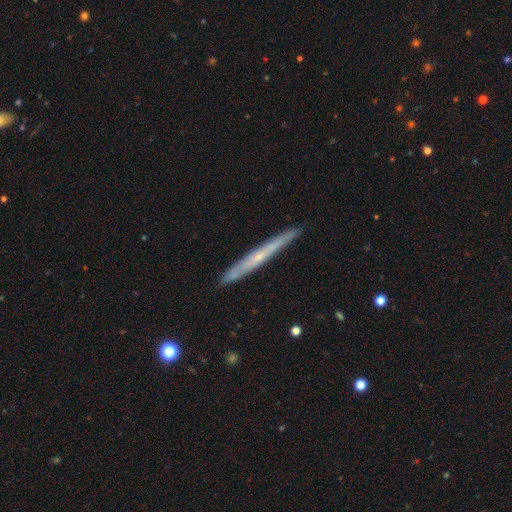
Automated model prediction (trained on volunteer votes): Overall: featured or disk (58%; smooth 35%). Edge-on disk: yes (96%). Edge-on bulge: none (64%; rounded 31%). Merging: none (88%).